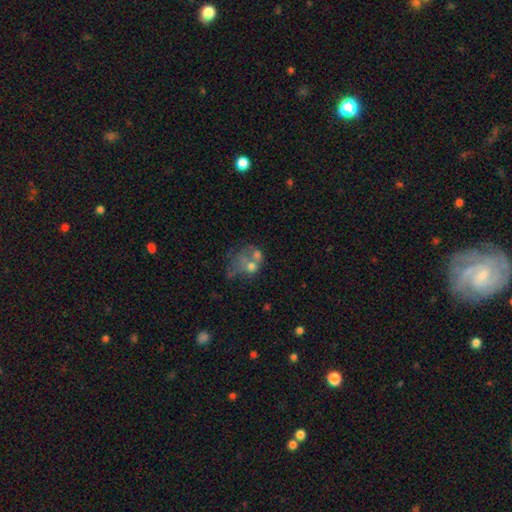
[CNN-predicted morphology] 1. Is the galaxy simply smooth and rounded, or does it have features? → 42% smooth, 38% featured or disk, 19% star or artifact.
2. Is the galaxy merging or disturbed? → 37% merger, 30% none, 20% major disturbance, 13% minor disturbance.